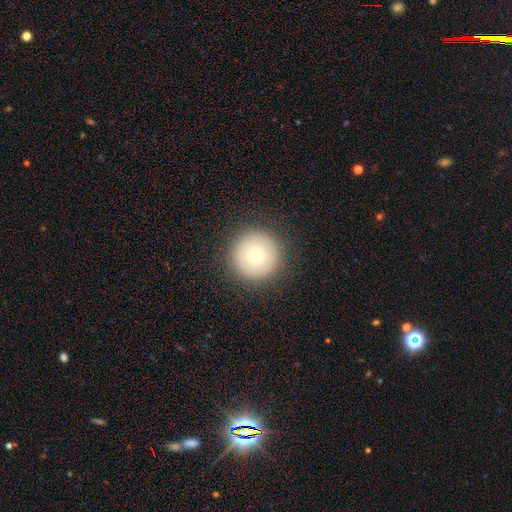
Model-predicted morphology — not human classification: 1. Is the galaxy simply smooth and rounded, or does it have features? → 66% smooth, 23% featured or disk, 11% star or artifact.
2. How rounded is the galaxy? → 97% round, 2% in between, 1% cigar-shaped.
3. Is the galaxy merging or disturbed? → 90% none, 6% minor disturbance, 3% major disturbance, 1% merger.